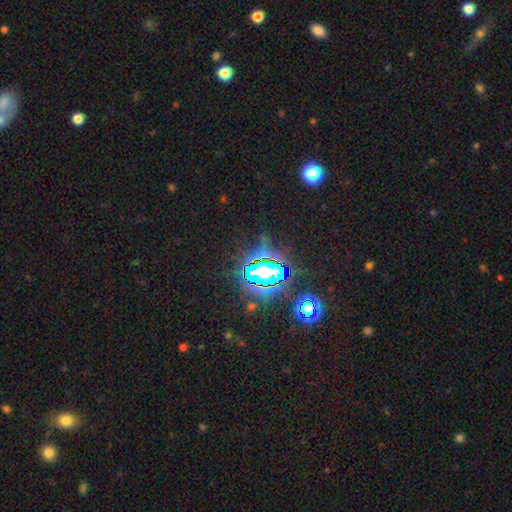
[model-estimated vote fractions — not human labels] The model was most divided on "smooth or featured": star or artifact: 81%, smooth: 12%, featured or disk: 8%.